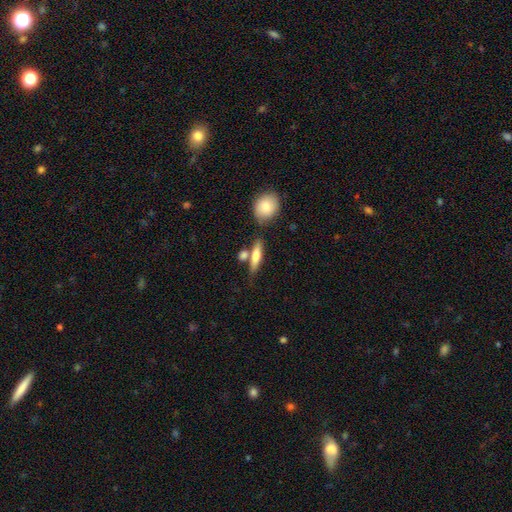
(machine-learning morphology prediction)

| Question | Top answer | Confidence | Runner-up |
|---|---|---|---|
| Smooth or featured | smooth | 65% | featured or disk (29%) |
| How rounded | cigar-shaped | 66% | in between (29%) |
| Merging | none | 64% | merger (19%) |